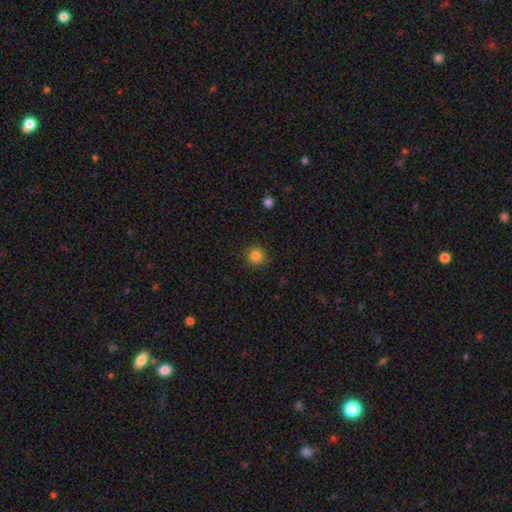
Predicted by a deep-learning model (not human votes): Smooth or featured: smooth — 84% (star or artifact — 11%)
How rounded: round — 94% (in between — 5%)
Merging: none — 91% (minor disturbance — 6%)